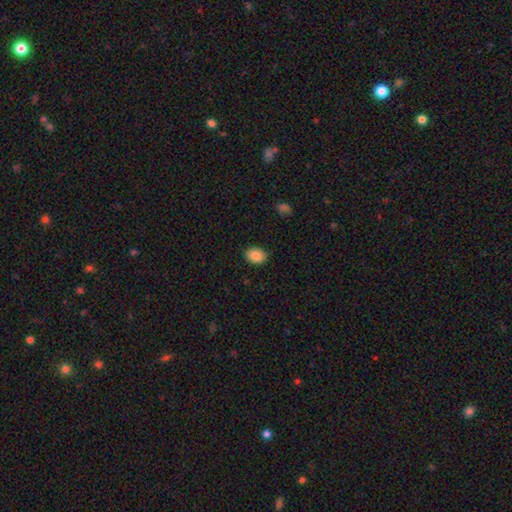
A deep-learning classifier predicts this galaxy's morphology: Q: Smooth or featured?
A: smooth (87%); runner-up: star or artifact (8%)
Q: How rounded?
A: in between (68%); runner-up: round (31%)
Q: Merging?
A: none (87%); runner-up: minor disturbance (10%)